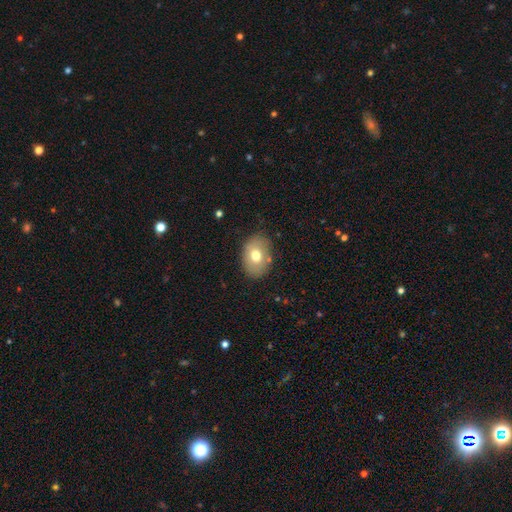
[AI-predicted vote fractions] A smooth galaxy with no disk features (69%) that is in between round and cigar-shaped (78%). Merging: none (81%).